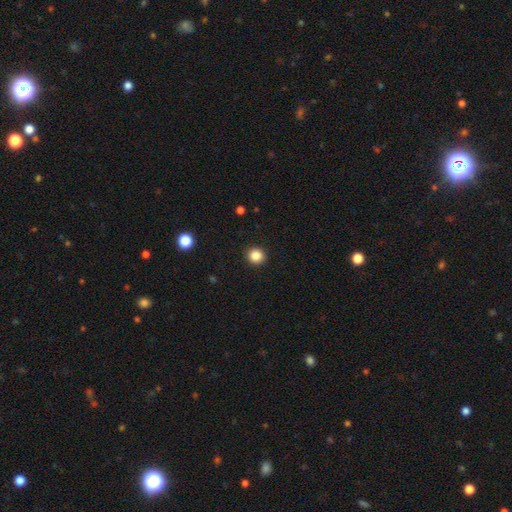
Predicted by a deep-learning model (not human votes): Q: Smooth or featured?
A: smooth (86%); runner-up: star or artifact (10%)
Q: How rounded?
A: round (91%); runner-up: in between (8%)
Q: Merging?
A: none (93%); runner-up: minor disturbance (5%)